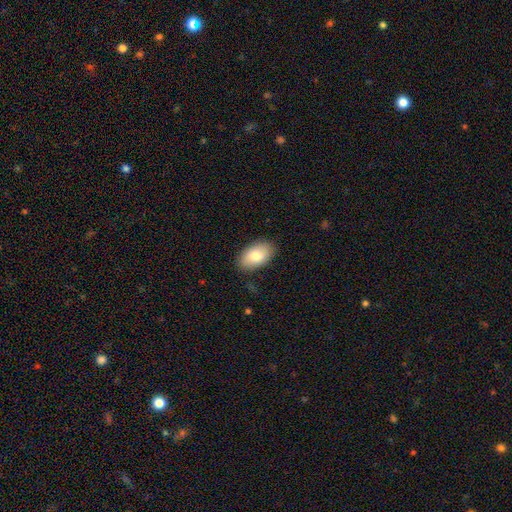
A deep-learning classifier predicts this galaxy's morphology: Smooth or featured?
  - smooth: 80% *
  - featured or disk: 14%
  - star or artifact: 6%
How rounded?
  - in between: 93% *
  - round: 6%
  - cigar-shaped: 1%
Merging?
  - none: 86% *
  - minor disturbance: 11%
  - major disturbance: 2%
  - merger: 1%